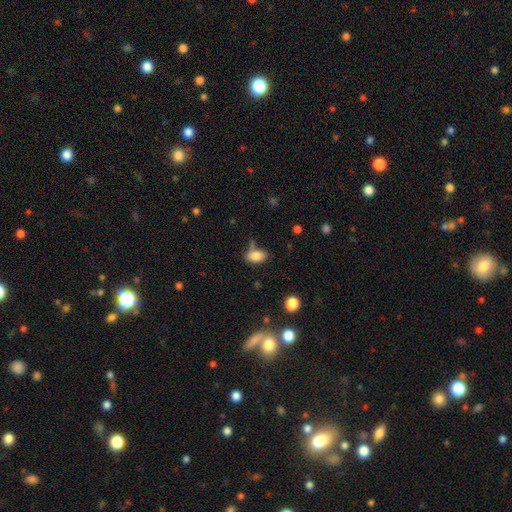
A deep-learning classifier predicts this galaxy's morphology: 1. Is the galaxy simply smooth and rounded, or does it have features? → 82% smooth, 9% star or artifact, 9% featured or disk.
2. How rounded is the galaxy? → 91% in between, 6% round, 3% cigar-shaped.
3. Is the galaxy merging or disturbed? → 62% none, 20% minor disturbance, 12% merger, 6% major disturbance.